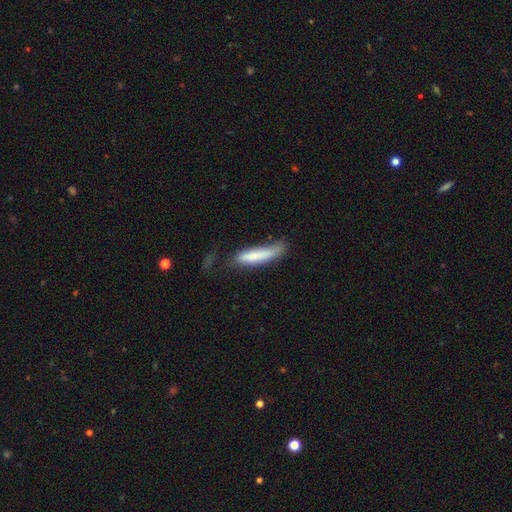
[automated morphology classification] Overall: smooth (77%). How rounded: cigar-shaped (82%). Merging: none (48%; minor disturbance 33%).